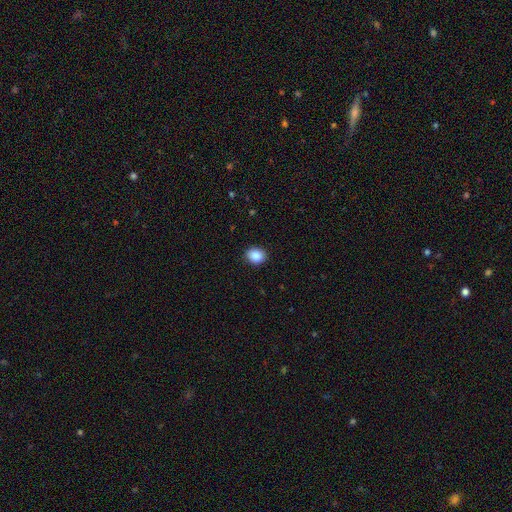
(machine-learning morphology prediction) This is clearly a smooth galaxy (88%). How rounded: possibly round (54%). Merging: clearly none (91%).